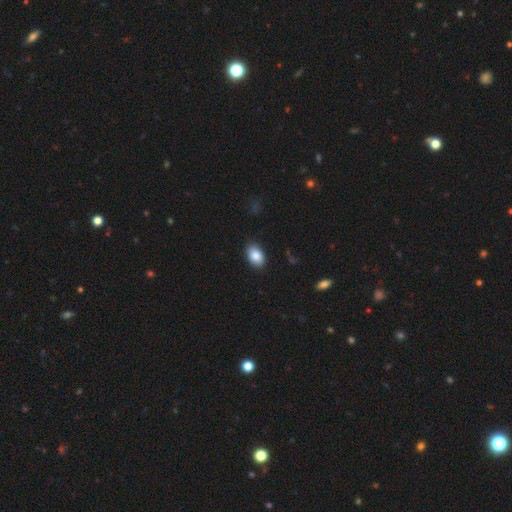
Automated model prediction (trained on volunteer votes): Smooth or featured?
  - smooth: 87% *
  - star or artifact: 7%
  - featured or disk: 6%
How rounded?
  - in between: 89% *
  - round: 10%
  - cigar-shaped: 1%
Merging?
  - none: 87% *
  - minor disturbance: 10%
  - major disturbance: 2%
  - merger: 1%